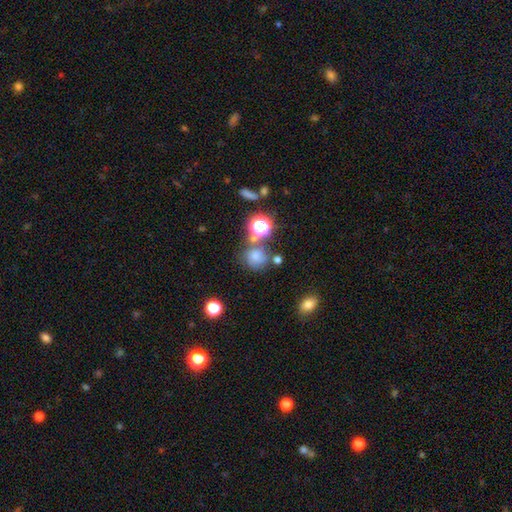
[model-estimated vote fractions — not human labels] The model was most divided on "smooth or featured": smooth: 53%, star or artifact: 29%, featured or disk: 18%. More confident: how rounded — round (79%); merging — none (59%).